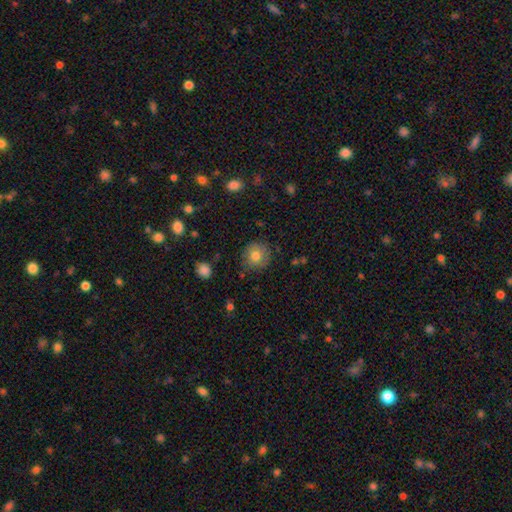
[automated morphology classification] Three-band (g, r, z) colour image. It shows a smooth galaxy with no disk features (78%) that is round (90%). Merging: none (82%).